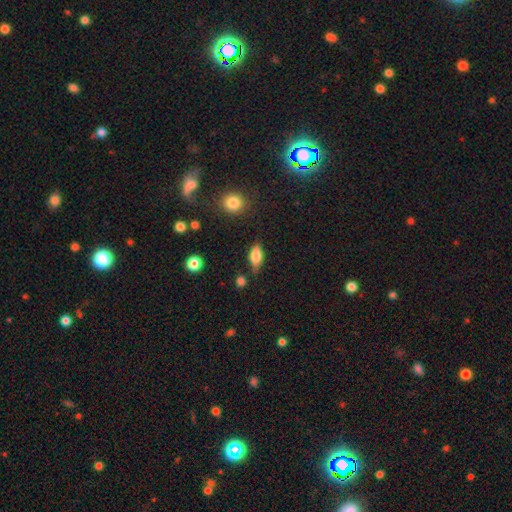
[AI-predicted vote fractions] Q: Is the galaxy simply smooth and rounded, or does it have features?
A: smooth — 72%.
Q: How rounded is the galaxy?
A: in between — 83%.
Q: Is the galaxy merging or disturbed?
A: none — 69%.